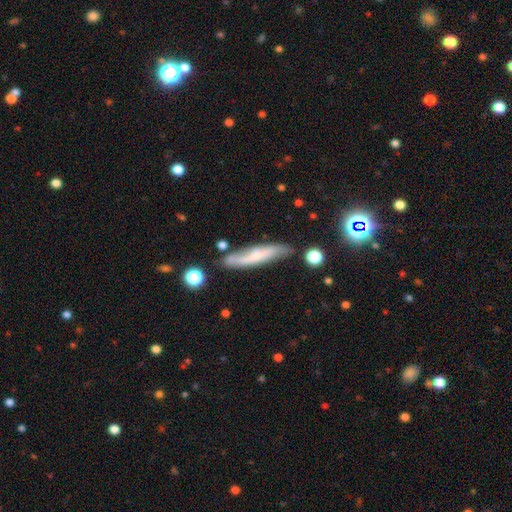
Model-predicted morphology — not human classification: Smooth or featured: smooth — 47% (featured or disk — 45%)
Merging: none — 71% (minor disturbance — 19%)